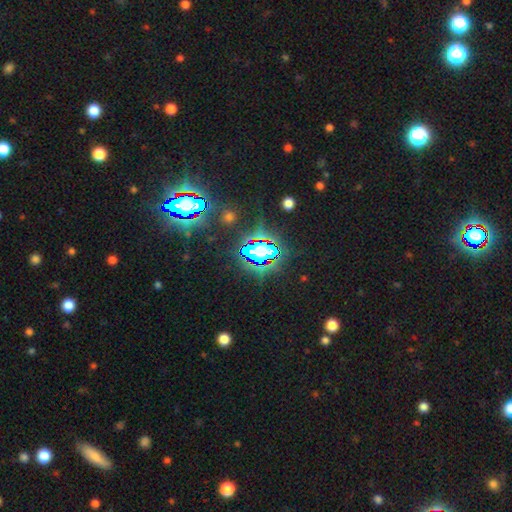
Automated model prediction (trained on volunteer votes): Overall: star or artifact (70%).